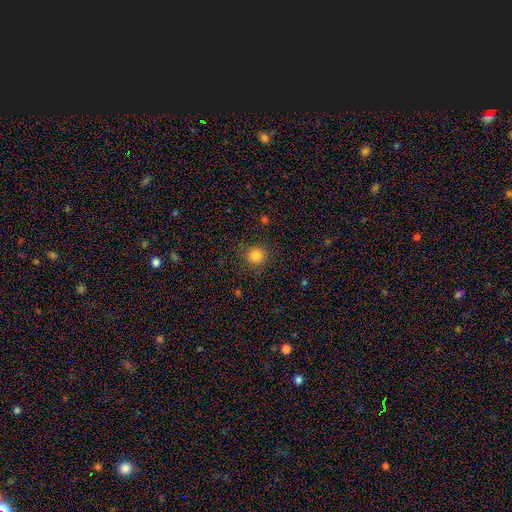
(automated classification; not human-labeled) Smooth or featured? smooth (83%)
How rounded? round (93%)
Merging? none (86%)